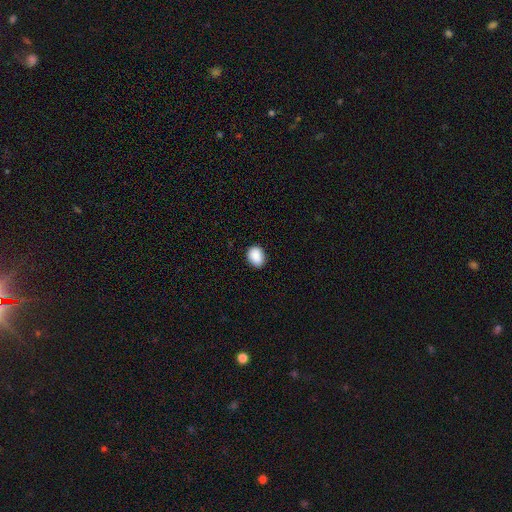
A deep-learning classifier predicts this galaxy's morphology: Smooth or featured? Predicted: smooth (p=0.90). How rounded? Predicted: in between (p=0.61). Merging? Predicted: none (p=0.86).